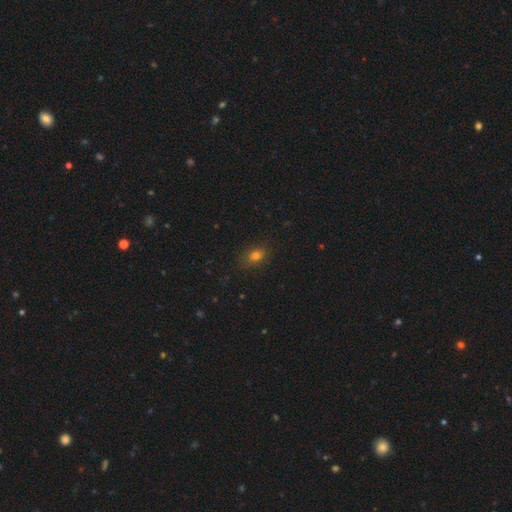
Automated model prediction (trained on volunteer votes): Overall: smooth (77%). How rounded: in between (62%; round 36%). Merging: none (82%).